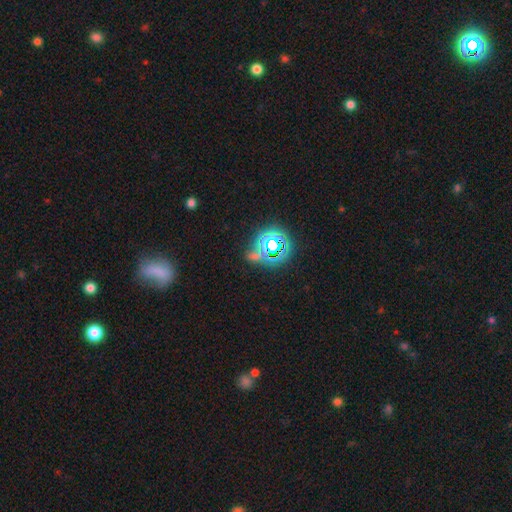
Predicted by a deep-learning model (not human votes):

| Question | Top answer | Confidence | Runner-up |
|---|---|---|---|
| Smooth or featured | star or artifact | 67% | smooth (23%) |